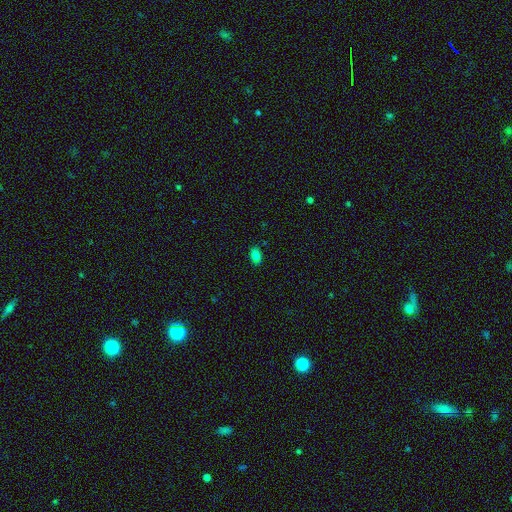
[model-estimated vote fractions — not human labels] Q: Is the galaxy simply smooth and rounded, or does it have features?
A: smooth — 84%.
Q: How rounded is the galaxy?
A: in between — 87%.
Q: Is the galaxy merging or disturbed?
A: none — 86%.